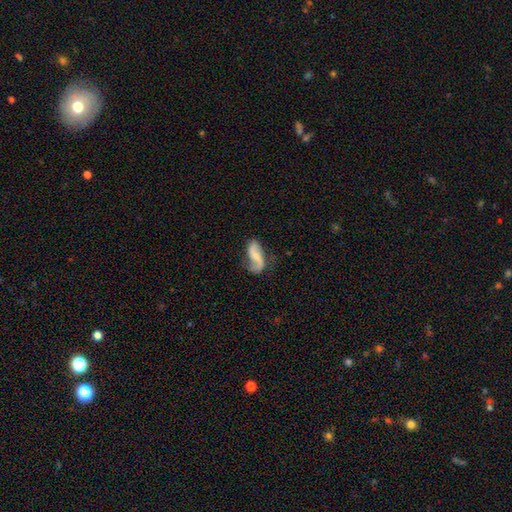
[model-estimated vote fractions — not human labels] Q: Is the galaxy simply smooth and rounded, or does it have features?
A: featured or disk — 79%.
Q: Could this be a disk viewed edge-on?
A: no — 96%.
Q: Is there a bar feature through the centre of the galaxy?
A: no — 41%.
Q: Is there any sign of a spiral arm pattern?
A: yes — 94%.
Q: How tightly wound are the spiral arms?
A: loose — 73%.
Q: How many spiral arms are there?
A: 2 — 89%.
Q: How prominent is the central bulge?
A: small — 52%.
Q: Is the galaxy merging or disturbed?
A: none — 66%.